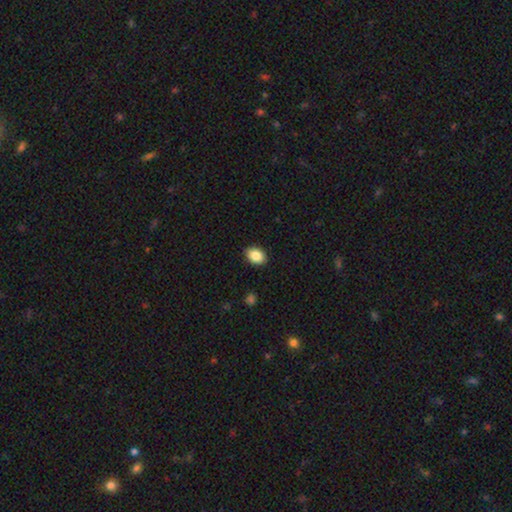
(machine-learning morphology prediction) smooth 88%, star or artifact 8%, featured or disk 4%. Down the decision tree: how rounded — in between (77%); merging — none (89%).